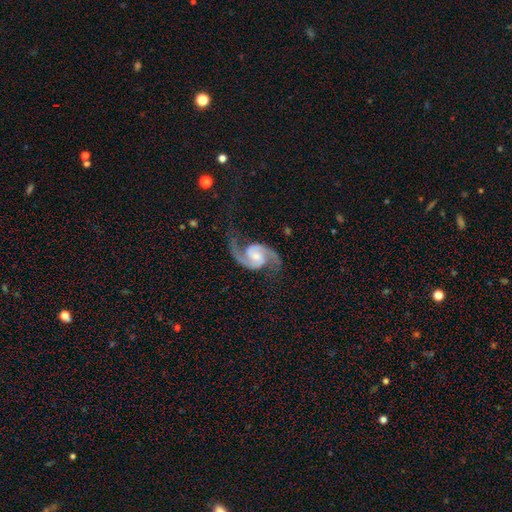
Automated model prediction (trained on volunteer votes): Q: Smooth or featured?
A: featured or disk (93%); runner-up: star or artifact (4%)
Q: Edge-on disk?
A: no (98%); runner-up: yes (2%)
Q: Bar?
A: no (47%); runner-up: weak (42%)
Q: Spiral arms?
A: yes (98%); runner-up: no (2%)
Q: Spiral winding?
A: medium (56%); runner-up: loose (32%)
Q: Spiral arm count?
A: 2 (94%); runner-up: 1 (1%)
Q: Bulge size?
A: moderate (42%); runner-up: small (36%)
Q: Merging?
A: none (76%); runner-up: minor disturbance (14%)